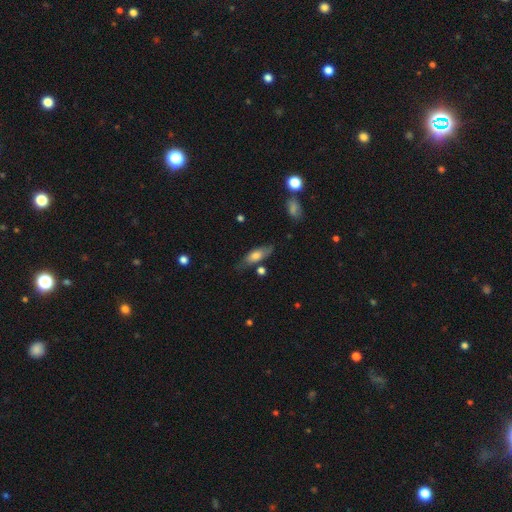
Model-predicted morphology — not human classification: Smooth or featured: smooth — 65% (featured or disk — 28%)
How rounded: in between — 65% (cigar-shaped — 32%)
Merging: none — 67% (minor disturbance — 22%)